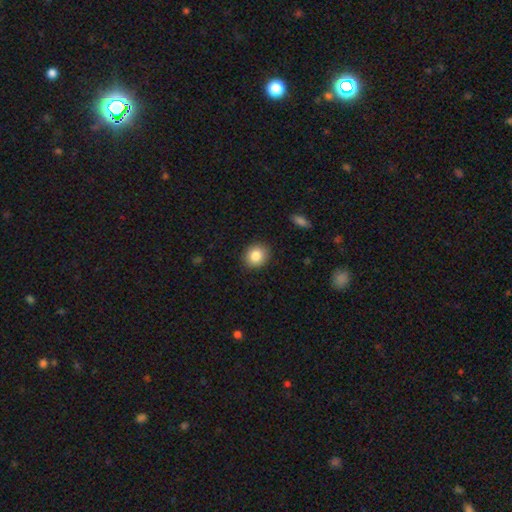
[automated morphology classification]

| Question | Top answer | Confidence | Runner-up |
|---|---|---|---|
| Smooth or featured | smooth | 85% | star or artifact (9%) |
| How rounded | round | 75% | in between (24%) |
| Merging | none | 90% | minor disturbance (7%) |